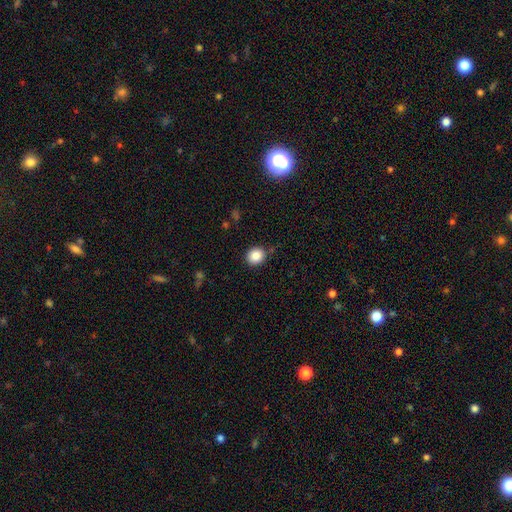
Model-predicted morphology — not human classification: Smooth or featured?
  - smooth: 86% *
  - star or artifact: 10%
  - featured or disk: 4%
How rounded?
  - round: 81% *
  - in between: 18%
  - cigar-shaped: 1%
Merging?
  - none: 85% *
  - minor disturbance: 10%
  - major disturbance: 3%
  - merger: 2%